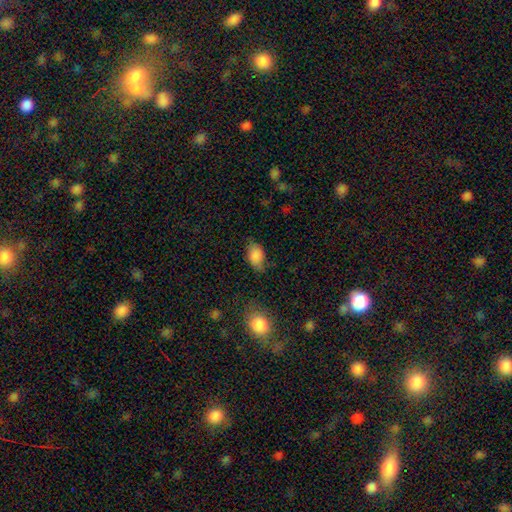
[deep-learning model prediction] Smooth or featured? Predicted: smooth (p=0.85). How rounded? Predicted: in between (p=0.89). Merging? Predicted: none (p=0.69).